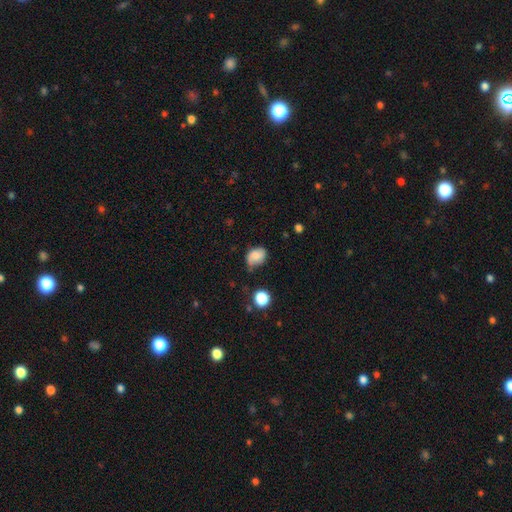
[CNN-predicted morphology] Q: Smooth or featured?
A: smooth (71%); runner-up: featured or disk (19%)
Q: How rounded?
A: in between (65%); runner-up: round (34%)
Q: Merging?
A: none (51%); runner-up: minor disturbance (35%)